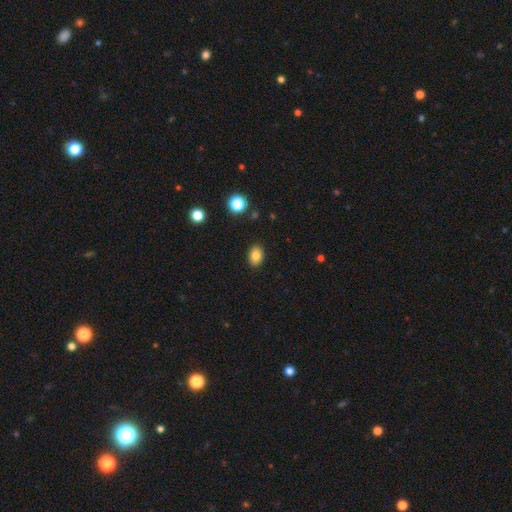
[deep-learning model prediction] Smooth or featured?
  - smooth: 82% *
  - star or artifact: 10%
  - featured or disk: 9%
How rounded?
  - in between: 77% *
  - round: 22%
  - cigar-shaped: 1%
Merging?
  - none: 89% *
  - minor disturbance: 8%
  - major disturbance: 2%
  - merger: 1%